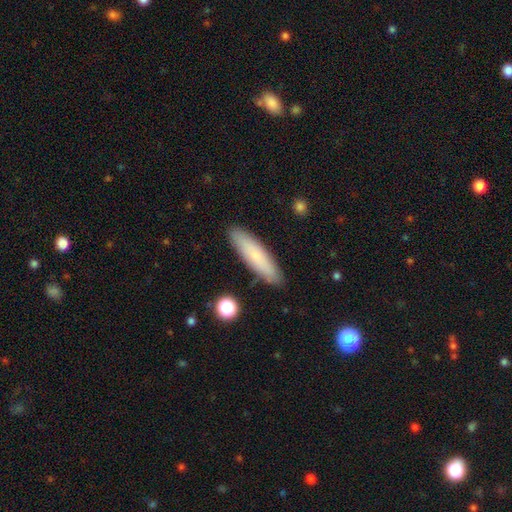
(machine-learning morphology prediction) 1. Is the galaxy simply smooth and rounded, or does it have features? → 75% smooth, 19% featured or disk, 6% star or artifact.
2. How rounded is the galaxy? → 75% cigar-shaped, 24% in between, 2% round.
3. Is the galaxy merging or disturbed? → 89% none, 8% minor disturbance, 2% major disturbance, 1% merger.